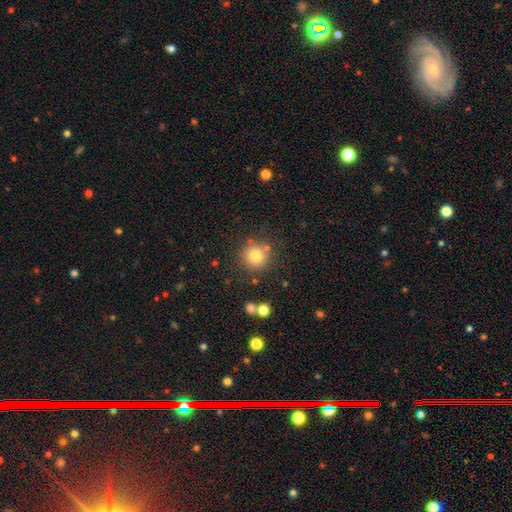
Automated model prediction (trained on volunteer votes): Morphology: type=smooth (79%); roundness=round (93%); merging=none (80%).